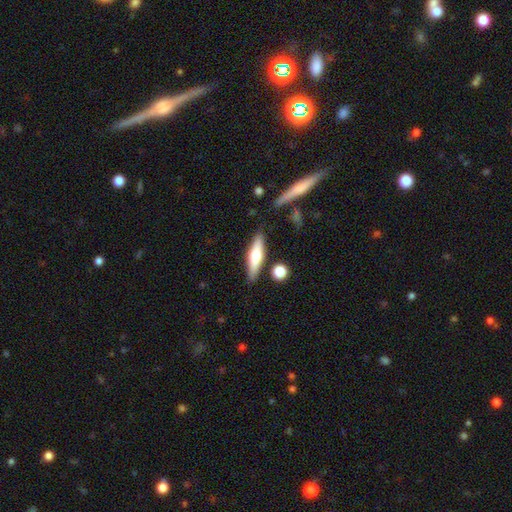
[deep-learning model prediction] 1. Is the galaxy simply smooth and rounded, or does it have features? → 52% smooth, 42% featured or disk, 6% star or artifact.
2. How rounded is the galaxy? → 69% cigar-shaped, 29% in between, 2% round.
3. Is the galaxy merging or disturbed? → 82% none, 11% minor disturbance, 5% merger, 3% major disturbance.